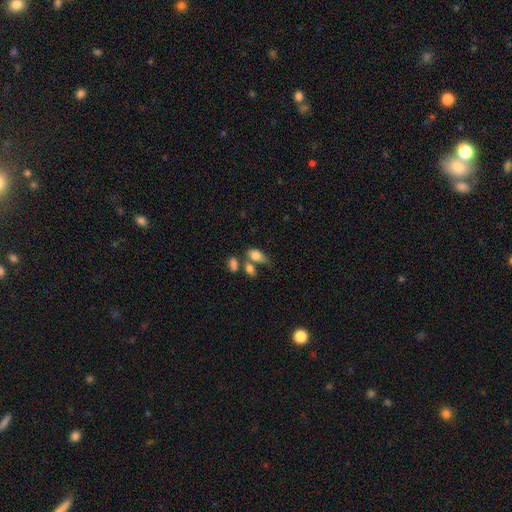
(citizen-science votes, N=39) Overall: smooth (79%). How rounded: in between (90%). Merging: none (51%; merger 29%).